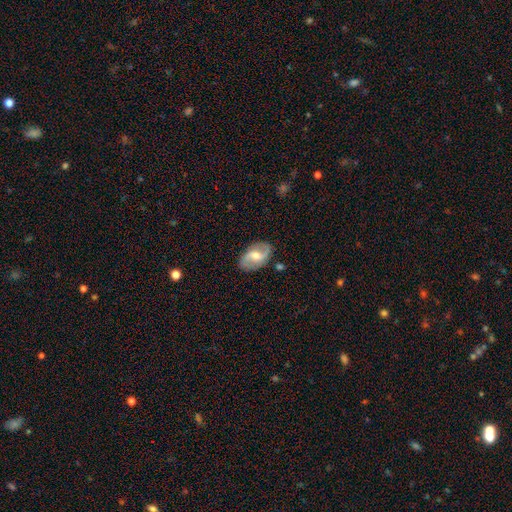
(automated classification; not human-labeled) smooth_or_featured: featured or disk (p=0.75) [alt: smooth p=0.19]
disk_edge_on: no (p=0.96) [alt: yes p=0.04]
bar: weak (p=0.50) [alt: no p=0.33]
has_spiral_arms: yes (p=0.91) [alt: no p=0.09]
spiral_winding: loose (p=0.53) [alt: medium p=0.35]
spiral_arm_count: 2 (p=0.91) [alt: can't tell p=0.04]
bulge_size: moderate (p=0.64) [alt: small p=0.29]
merging: none (p=0.83) [alt: minor disturbance p=0.12]